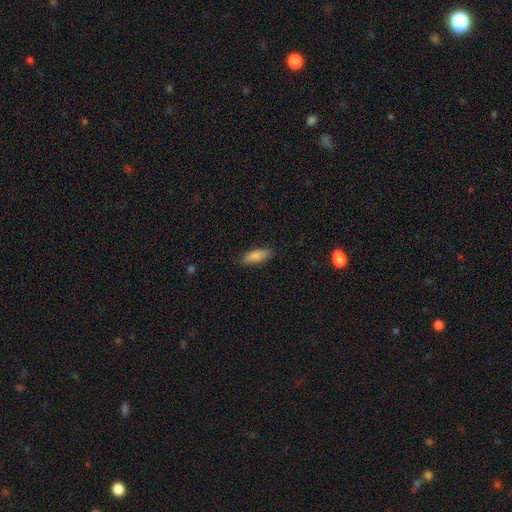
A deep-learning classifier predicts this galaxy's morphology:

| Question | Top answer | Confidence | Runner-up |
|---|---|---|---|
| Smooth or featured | smooth | 85% | featured or disk (9%) |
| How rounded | in between | 66% | cigar-shaped (32%) |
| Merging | none | 83% | minor disturbance (13%) |